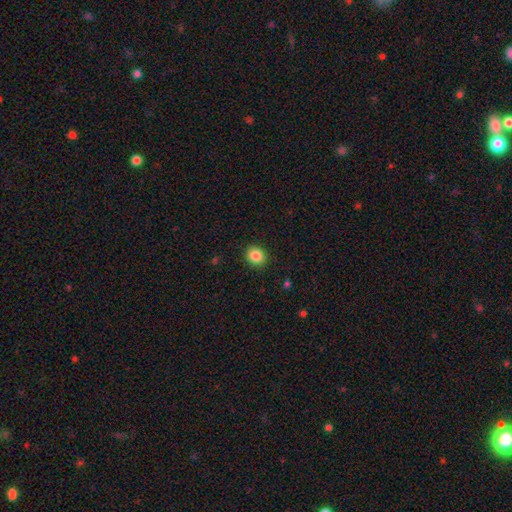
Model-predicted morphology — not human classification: The model was most divided on "how rounded": round: 72%, in between: 27%, cigar-shaped: 1%. More confident: merging — none (90%); smooth or featured — smooth (86%).